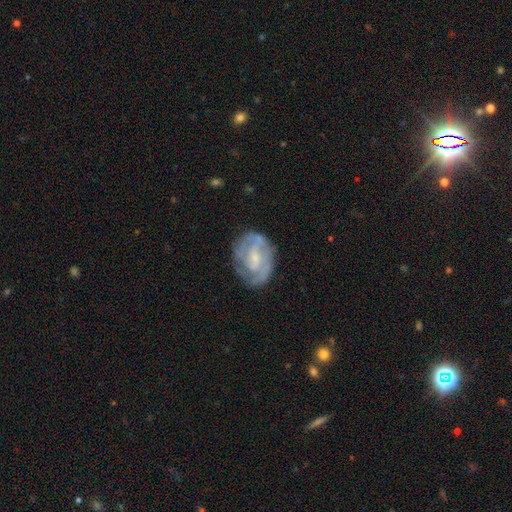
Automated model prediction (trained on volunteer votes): Smooth or featured?
  - featured or disk: 72% *
  - smooth: 22%
  - star or artifact: 7%
Edge-on disk?
  - no: 97% *
  - yes: 3%
Bar?
  - no: 46% *
  - weak: 44%
  - strong: 10%
Spiral arms?
  - yes: 80% *
  - no: 20%
Spiral winding?
  - tight: 50% *
  - medium: 36%
  - loose: 14%
Spiral arm count?
  - 2: 39% *
  - can't tell: 36%
  - 3: 13%
  - 1: 7%
  - 4: 3%
  - more than 4: 3%
Bulge size?
  - small: 48% *
  - moderate: 33%
  - none: 14%
  - large: 3%
  - dominant: 1%
Merging?
  - none: 67% *
  - minor disturbance: 22%
  - major disturbance: 10%
  - merger: 2%